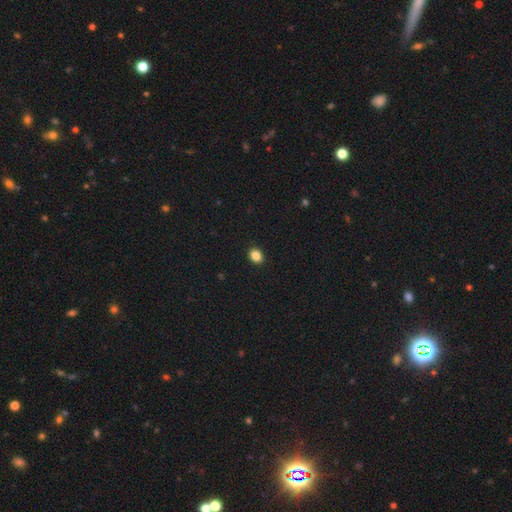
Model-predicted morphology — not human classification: A smooth galaxy with no disk features (86%) that is in between round and cigar-shaped (50%). Merging: none (92%).